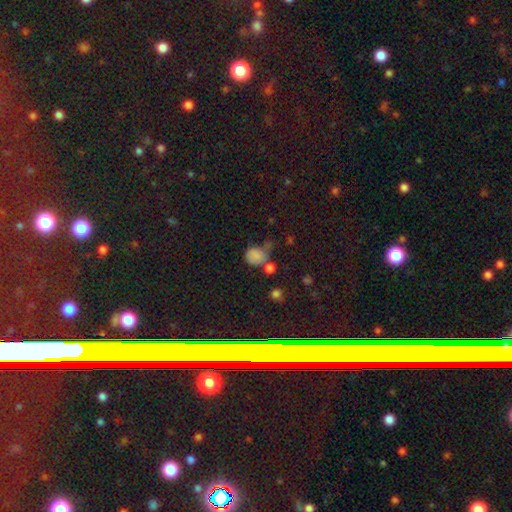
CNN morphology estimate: The model was most divided on "merging": none: 38%, minor disturbance: 27%, merger: 19%, major disturbance: 16%. More confident: smooth or featured — smooth (76%); how rounded — round (64%).